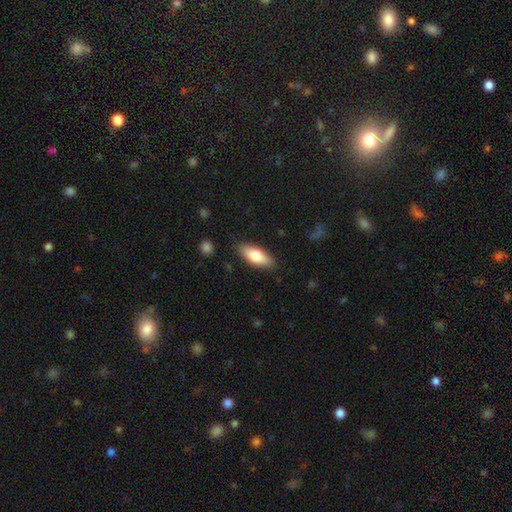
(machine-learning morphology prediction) Smooth or featured: smooth — 75% (featured or disk — 19%)
How rounded: in between — 74% (cigar-shaped — 24%)
Merging: none — 86% (minor disturbance — 10%)